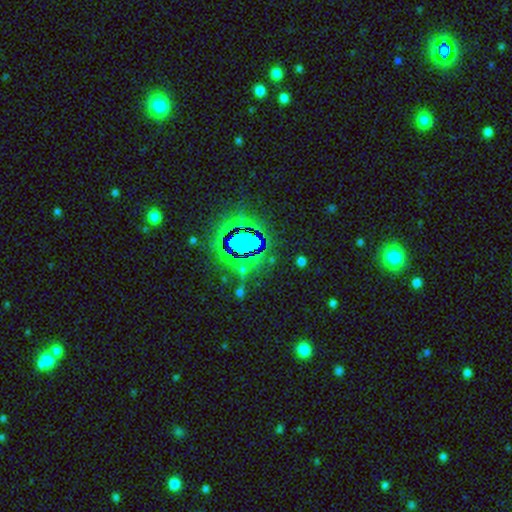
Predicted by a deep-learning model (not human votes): smooth_or_featured: star or artifact (p=0.81) [alt: smooth p=0.11]